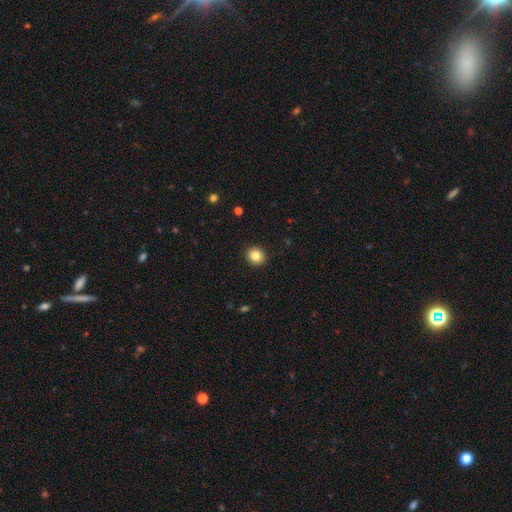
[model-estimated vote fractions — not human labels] smooth 84%, star or artifact 10%, featured or disk 6%. Down the decision tree: how rounded — round (86%); merging — none (92%).